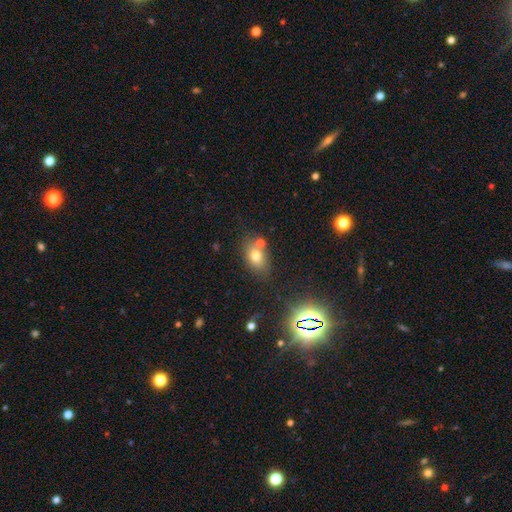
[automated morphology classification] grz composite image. It shows a smooth galaxy with no disk features (72%) that is in between round and cigar-shaped (76%). Merging: none (64%).